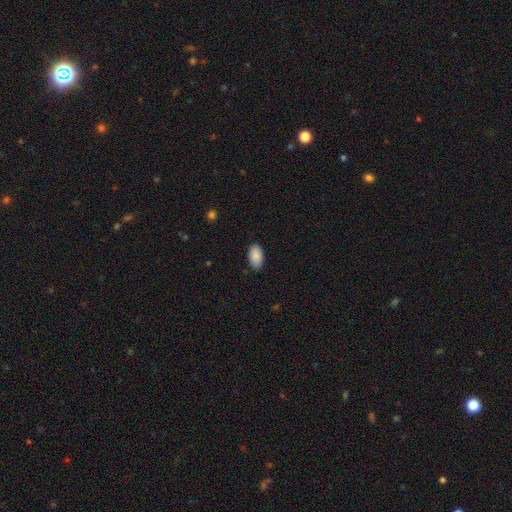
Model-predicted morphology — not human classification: smooth-or-featured: smooth: 89% | star or artifact: 7% | featured or disk: 4%
  how-rounded: in between: 95% | round: 3% | cigar-shaped: 2%
  merging: none: 86% | minor disturbance: 11% | major disturbance: 2% | merger: 1%